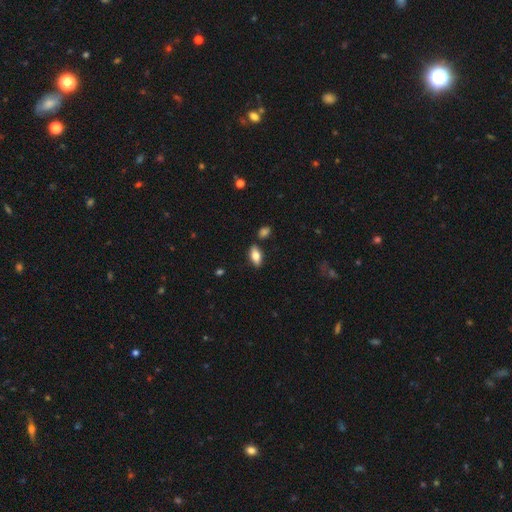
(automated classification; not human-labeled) Smooth or featured? Predicted: smooth (p=0.72). How rounded? Predicted: in between (p=0.86). Merging? Predicted: none (p=0.83).